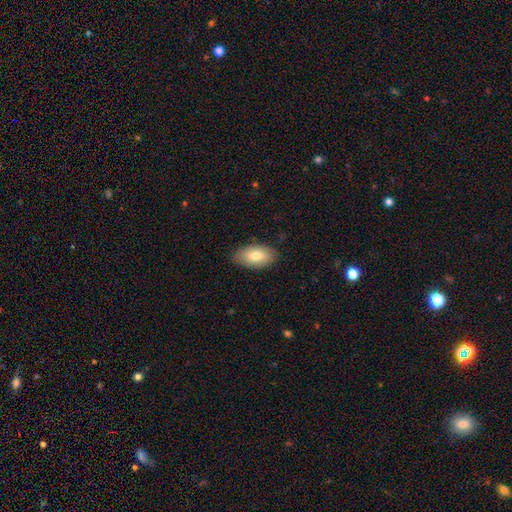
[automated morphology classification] This appears to be a smooth galaxy with no disk features (78%) that is in between round and cigar-shaped (94%). Merging: none (85%).